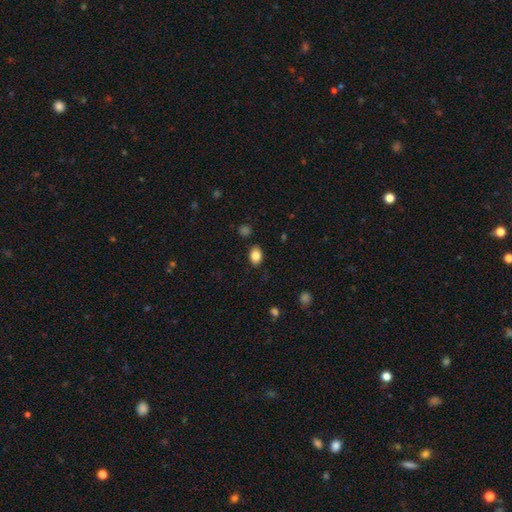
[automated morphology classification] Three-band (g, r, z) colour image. It shows a smooth galaxy with no disk features (85%) that is in between round and cigar-shaped (73%). Merging: none (86%).